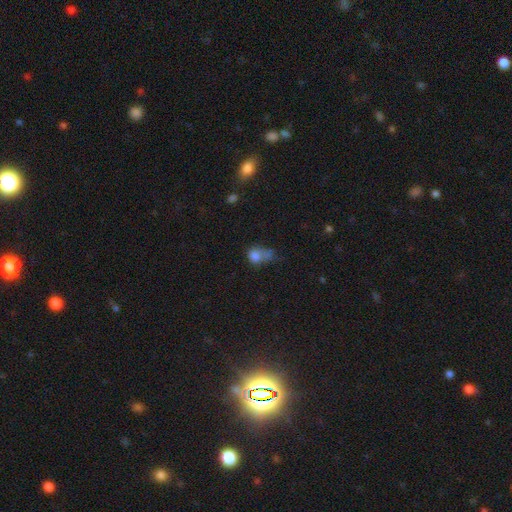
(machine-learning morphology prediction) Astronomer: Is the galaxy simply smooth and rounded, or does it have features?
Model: smooth — 75%.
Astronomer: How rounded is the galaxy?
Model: in between — 49%, tied with round at 49%.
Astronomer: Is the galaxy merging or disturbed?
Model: merger — 34% (runner-up: none, 25%).